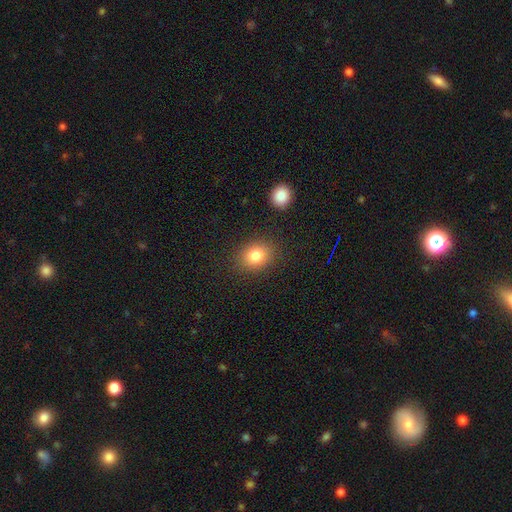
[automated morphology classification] Smooth or featured: smooth — 83% (star or artifact — 10%)
How rounded: round — 55% (in between — 44%)
Merging: none — 85% (minor disturbance — 9%)